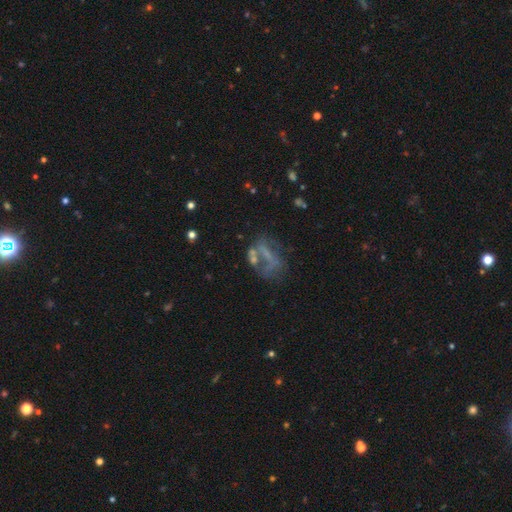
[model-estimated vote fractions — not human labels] Smooth or featured?
  - featured or disk: 50% *
  - smooth: 33%
  - star or artifact: 17%
Edge-on disk?
  - no: 94% *
  - yes: 6%
Merging?
  - major disturbance: 32% *
  - none: 31%
  - merger: 20%
  - minor disturbance: 17%